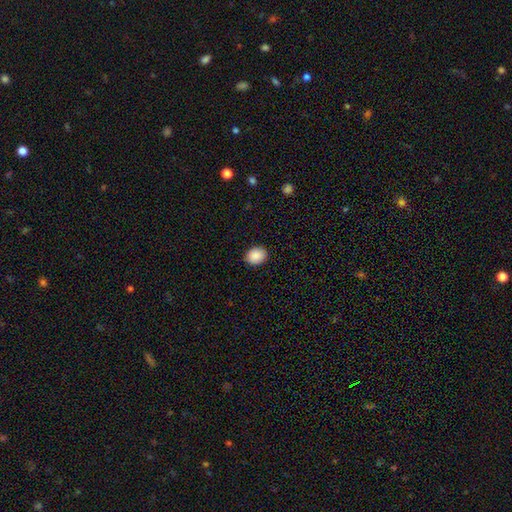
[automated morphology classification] A smooth galaxy with no disk features (89%) that is in between round and cigar-shaped (51%). Merging: none (89%).